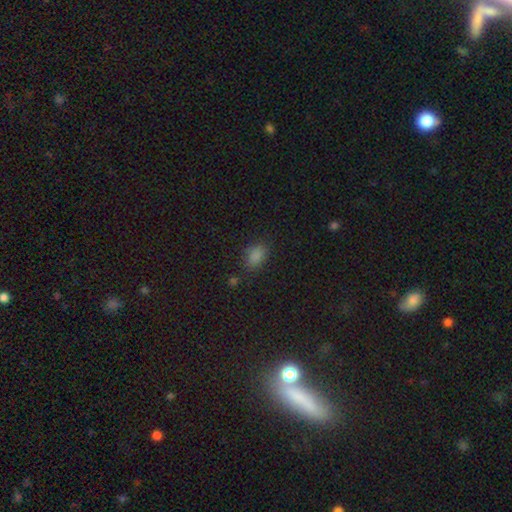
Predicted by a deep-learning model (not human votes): A smooth galaxy with no disk features (82%) that is in between round and cigar-shaped (81%). Merging: none (77%).